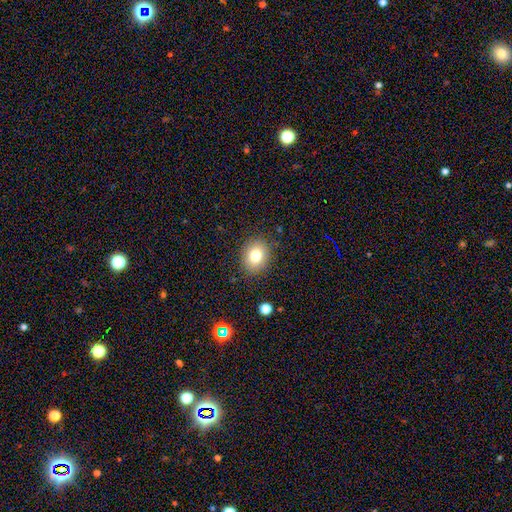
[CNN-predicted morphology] A smooth galaxy with no disk features (78%) that is in between round and cigar-shaped (50%). Merging: none (86%).